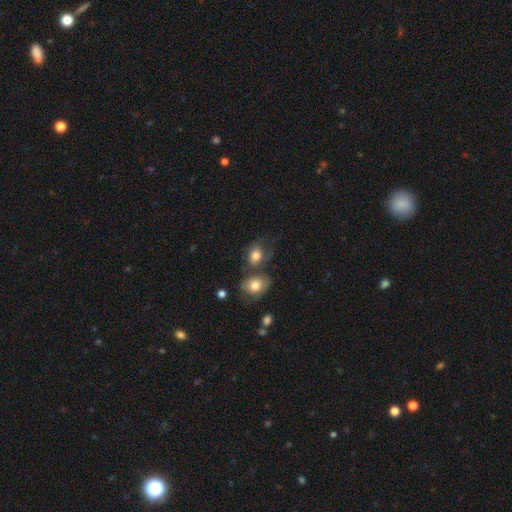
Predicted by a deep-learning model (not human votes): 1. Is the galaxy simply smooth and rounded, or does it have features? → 76% smooth, 15% featured or disk, 9% star or artifact.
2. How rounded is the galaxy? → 56% in between, 43% round, 1% cigar-shaped.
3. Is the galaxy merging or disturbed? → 39% none, 31% merger, 19% minor disturbance, 11% major disturbance.